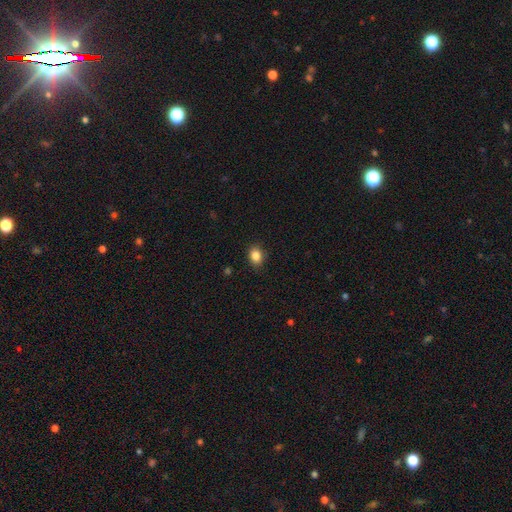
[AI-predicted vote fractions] This appears to be a smooth galaxy with no disk features (86%) that is in between round and cigar-shaped (61%). Merging: none (87%).